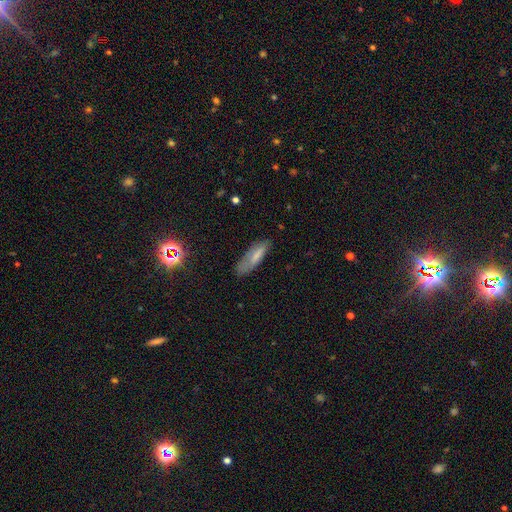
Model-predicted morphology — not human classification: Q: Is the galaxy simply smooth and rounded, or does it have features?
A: smooth — 69%.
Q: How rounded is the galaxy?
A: cigar-shaped — 52%.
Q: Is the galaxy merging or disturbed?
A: none — 63%.